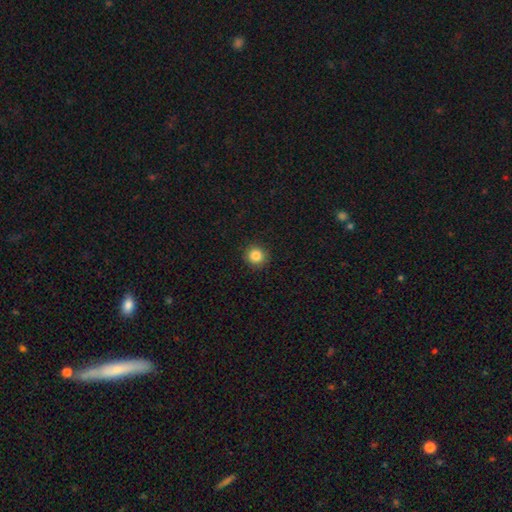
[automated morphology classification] Smooth or featured? smooth (85%)
How rounded? round (93%)
Merging? none (92%)